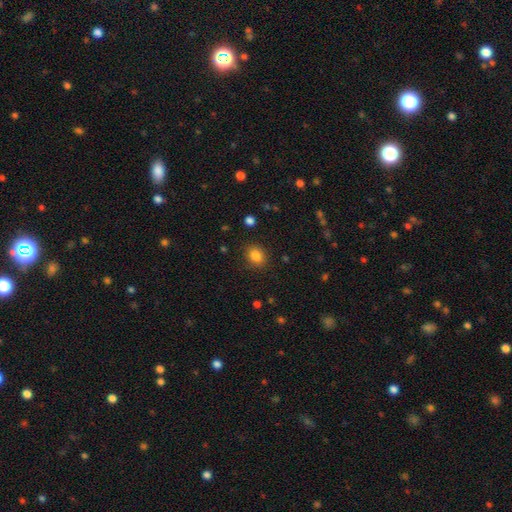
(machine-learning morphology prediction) Smooth or featured? smooth (84%)
How rounded? round (51%)
Merging? none (87%)